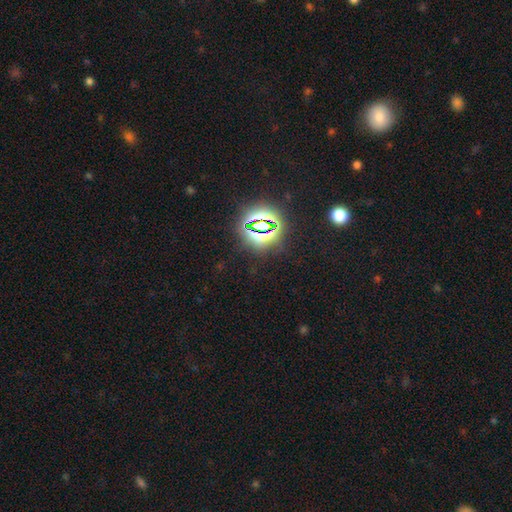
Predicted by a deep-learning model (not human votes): Smooth or featured: star or artifact — 81% (smooth — 12%)